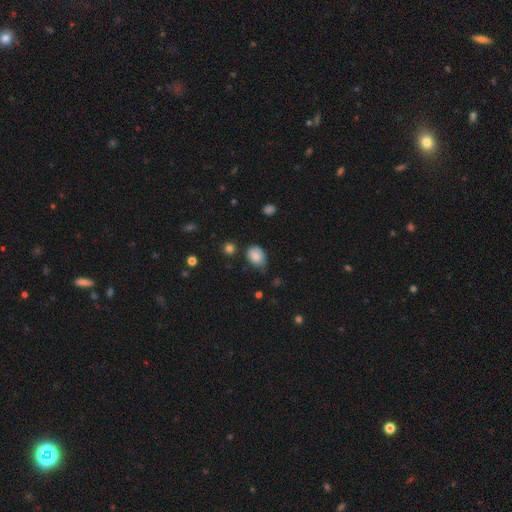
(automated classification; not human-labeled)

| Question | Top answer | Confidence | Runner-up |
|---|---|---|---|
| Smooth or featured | smooth | 83% | star or artifact (9%) |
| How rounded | in between | 71% | round (28%) |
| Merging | none | 54% | minor disturbance (36%) |